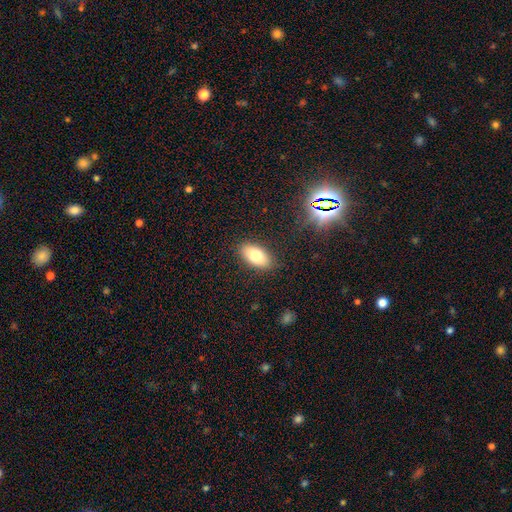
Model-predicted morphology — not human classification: This appears to be a smooth galaxy with no disk features (77%) that is in between round and cigar-shaped (91%). Merging: none (87%).